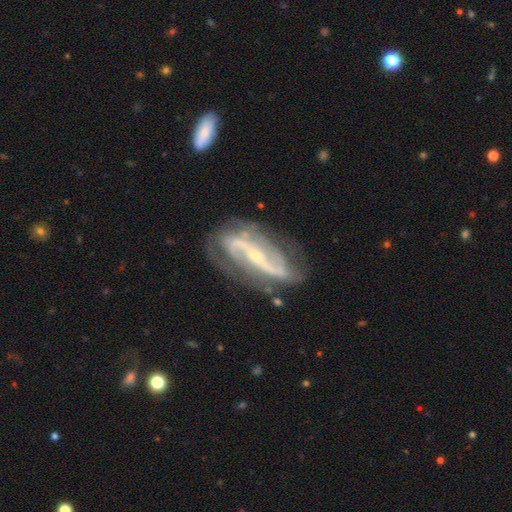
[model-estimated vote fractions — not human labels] Smooth or featured? featured or disk (90%)
Edge-on disk? no (92%)
Bar? strong (61%)
Spiral arms? yes (95%)
Spiral winding? loose (43%)
Spiral arm count? 2 (87%)
Bulge size? small (72%)
Merging? none (72%)